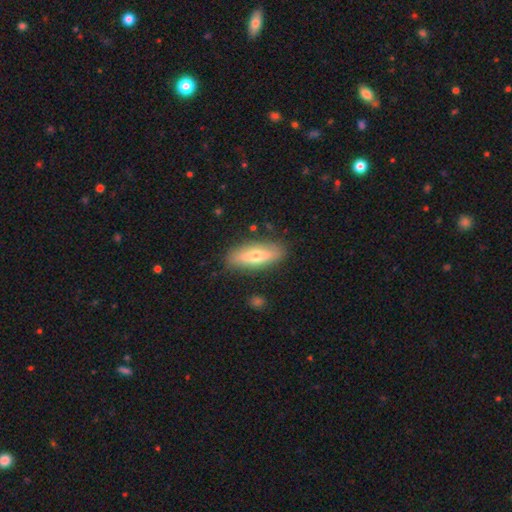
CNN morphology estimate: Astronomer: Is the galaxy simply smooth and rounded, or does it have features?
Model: smooth — 54% (runner-up: featured or disk, 39%).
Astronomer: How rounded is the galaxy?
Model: in between — 55% (runner-up: cigar-shaped, 43%).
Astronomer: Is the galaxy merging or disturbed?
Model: none — 86%.